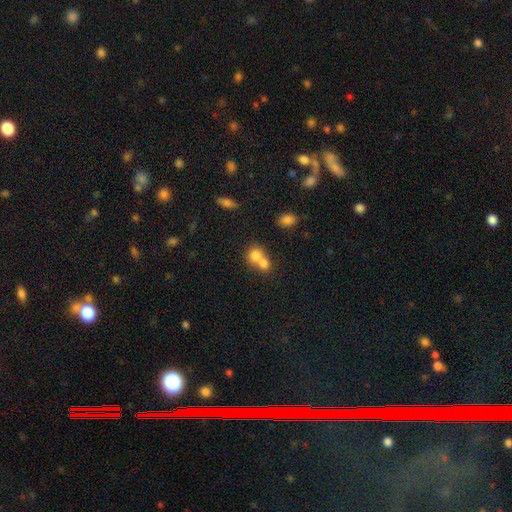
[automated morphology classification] smooth-or-featured: smooth: 76% | featured or disk: 14% | star or artifact: 10%
  how-rounded: round: 69% | in between: 30% | cigar-shaped: 1%
  merging: merger: 67% | none: 26% | minor disturbance: 5% | major disturbance: 3%